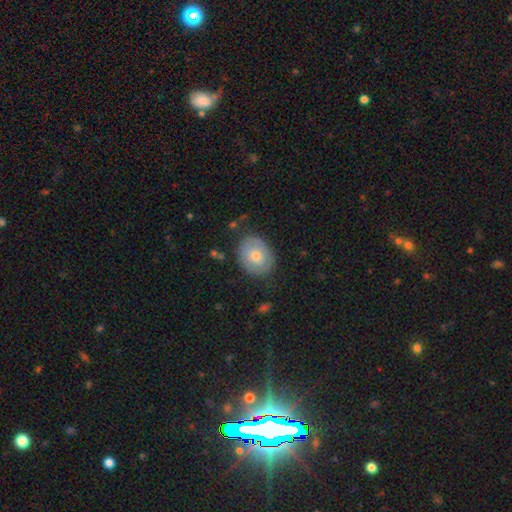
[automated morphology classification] Q: Smooth or featured?
A: smooth (58%); runner-up: featured or disk (36%)
Q: How rounded?
A: in between (55%); runner-up: round (44%)
Q: Merging?
A: none (77%); runner-up: minor disturbance (16%)